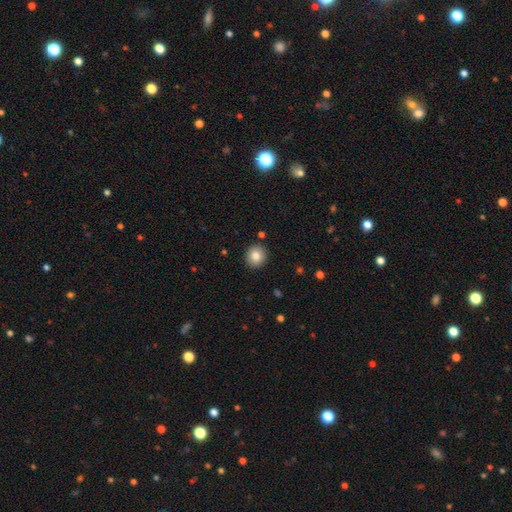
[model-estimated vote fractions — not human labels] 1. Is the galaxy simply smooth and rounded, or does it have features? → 85% smooth, 9% star or artifact, 7% featured or disk.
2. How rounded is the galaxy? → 86% round, 13% in between, 1% cigar-shaped.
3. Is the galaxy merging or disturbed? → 90% none, 6% minor disturbance, 2% major disturbance, 2% merger.